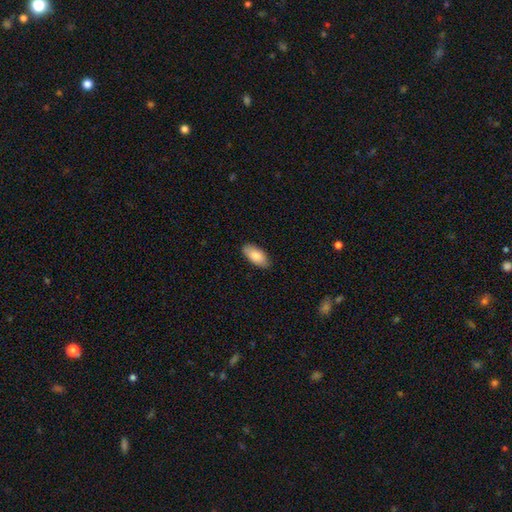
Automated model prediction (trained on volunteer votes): smooth-or-featured: smooth: 85% | featured or disk: 9% | star or artifact: 6%
  how-rounded: in between: 92% | cigar-shaped: 6% | round: 2%
  merging: none: 85% | minor disturbance: 12% | major disturbance: 2% | merger: 1%